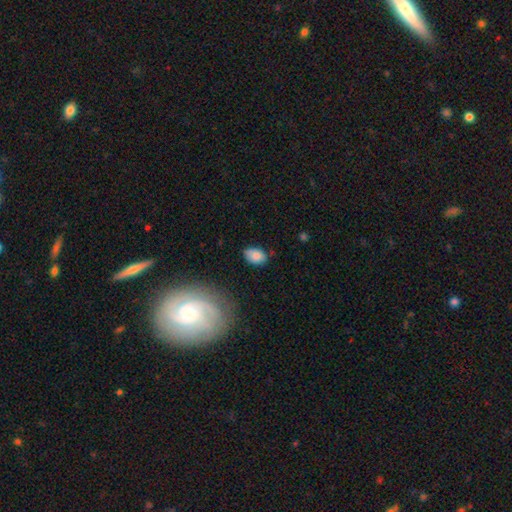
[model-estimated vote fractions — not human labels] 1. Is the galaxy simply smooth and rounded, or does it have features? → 83% smooth, 8% featured or disk, 8% star or artifact.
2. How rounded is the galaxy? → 87% in between, 12% round, 1% cigar-shaped.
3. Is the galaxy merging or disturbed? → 74% none, 20% minor disturbance, 4% major disturbance, 2% merger.